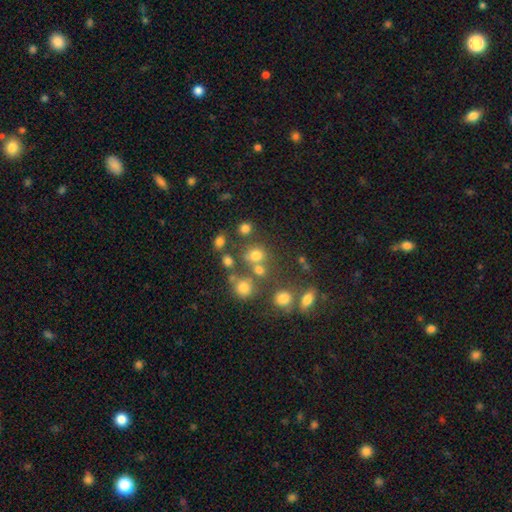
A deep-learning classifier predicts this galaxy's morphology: smooth-or-featured: smooth: 70% | star or artifact: 19% | featured or disk: 11%
  how-rounded: round: 79% | in between: 20% | cigar-shaped: 1%
  merging: none: 59% | merger: 24% | minor disturbance: 11% | major disturbance: 6%